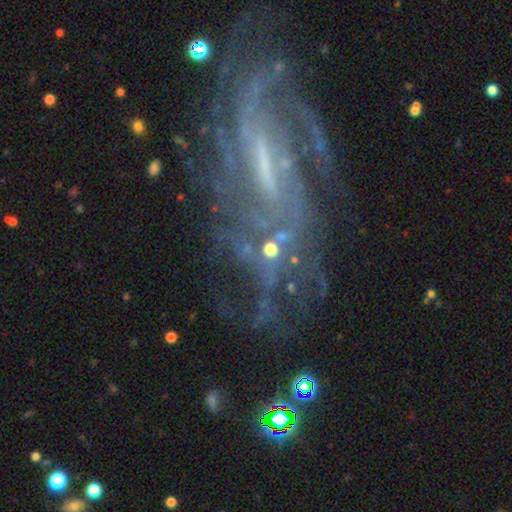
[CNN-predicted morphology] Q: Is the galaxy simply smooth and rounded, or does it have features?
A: featured or disk — 82%.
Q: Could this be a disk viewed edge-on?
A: no — 93%.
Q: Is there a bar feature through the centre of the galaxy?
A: strong — 44%.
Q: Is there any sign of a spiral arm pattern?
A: yes — 88%.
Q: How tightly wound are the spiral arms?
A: tight — 40%, tied with medium.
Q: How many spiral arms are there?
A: can't tell — 39%.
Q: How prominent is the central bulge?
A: small — 37%.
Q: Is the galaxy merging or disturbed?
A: none — 55%.